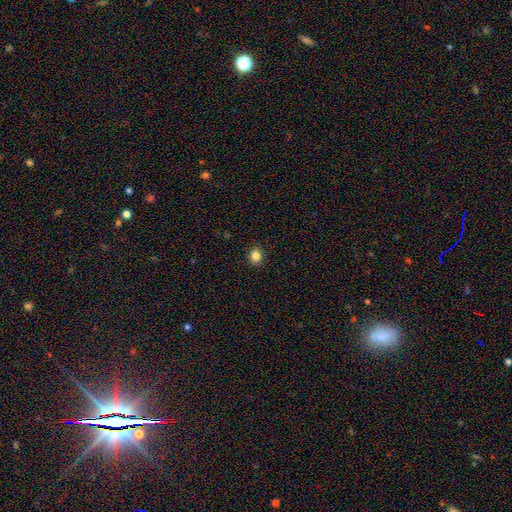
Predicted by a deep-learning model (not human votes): Morphology: type=smooth (83%); roundness=round (79%); merging=none (92%).